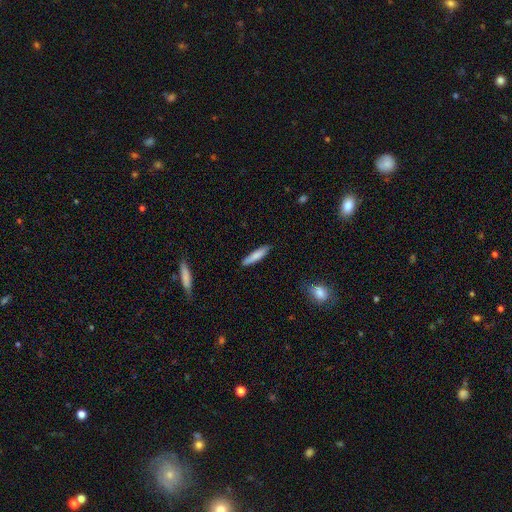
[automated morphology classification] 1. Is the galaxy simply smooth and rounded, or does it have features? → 80% smooth, 14% featured or disk, 6% star or artifact.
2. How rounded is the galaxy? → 83% cigar-shaped, 16% in between, 1% round.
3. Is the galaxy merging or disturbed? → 86% none, 11% minor disturbance, 2% major disturbance, 1% merger.